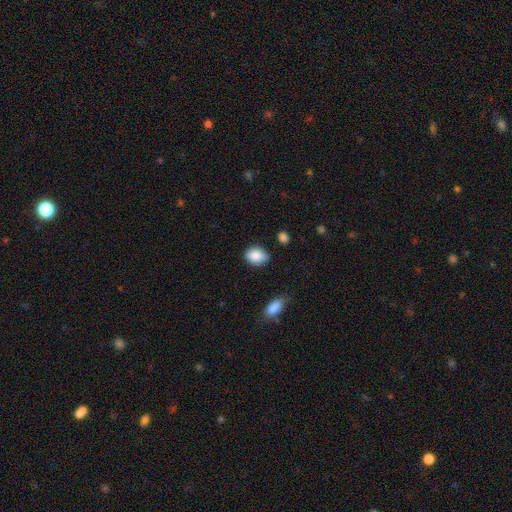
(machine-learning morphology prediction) Q: Smooth or featured?
A: smooth (87%); runner-up: star or artifact (8%)
Q: How rounded?
A: in between (68%); runner-up: round (31%)
Q: Merging?
A: none (75%); runner-up: minor disturbance (19%)